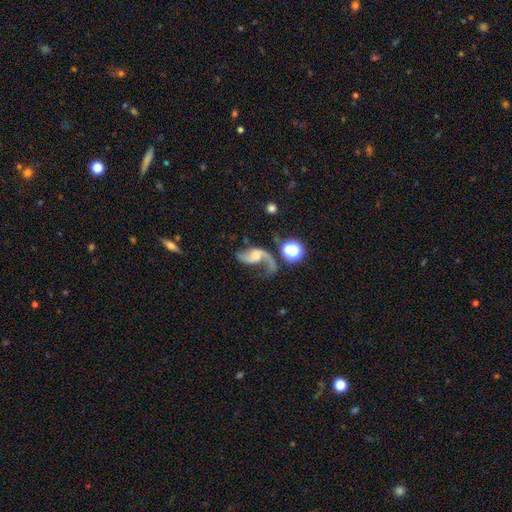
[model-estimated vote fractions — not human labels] This appears to be a featured or disk galaxy (79%) with no bar (55%), 2 (78%) loose (83%) spiral arms (93%) and no central bulge (37%). Merging: none (40%).